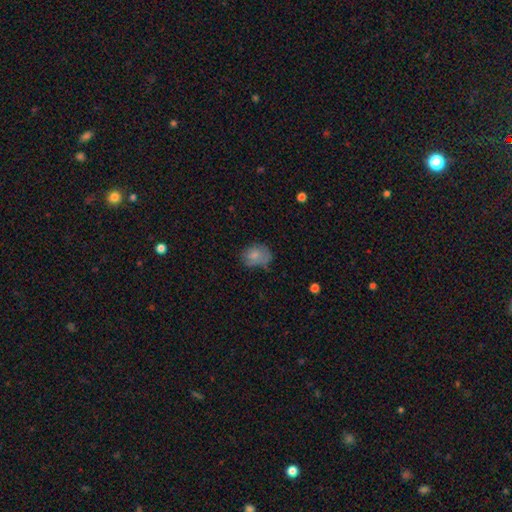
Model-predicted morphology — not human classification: The model was most divided on "merging": none: 52%, minor disturbance: 32%, major disturbance: 13%, merger: 3%. More confident: smooth or featured — smooth (76%); how rounded — in between (62%).